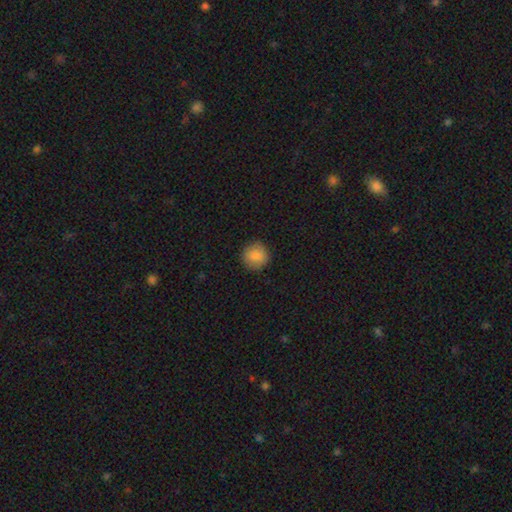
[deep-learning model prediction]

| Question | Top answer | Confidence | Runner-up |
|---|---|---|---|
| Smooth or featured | smooth | 86% | star or artifact (8%) |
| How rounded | round | 94% | in between (5%) |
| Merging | none | 90% | minor disturbance (7%) |